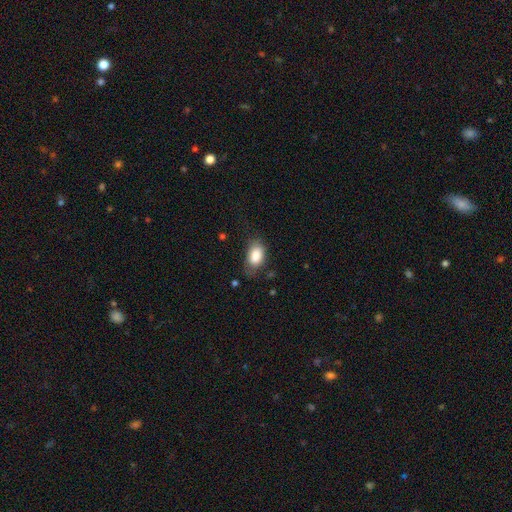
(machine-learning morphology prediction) This is clearly a smooth galaxy (85%). How rounded: clearly in between (89%). Merging: likely none (60%).